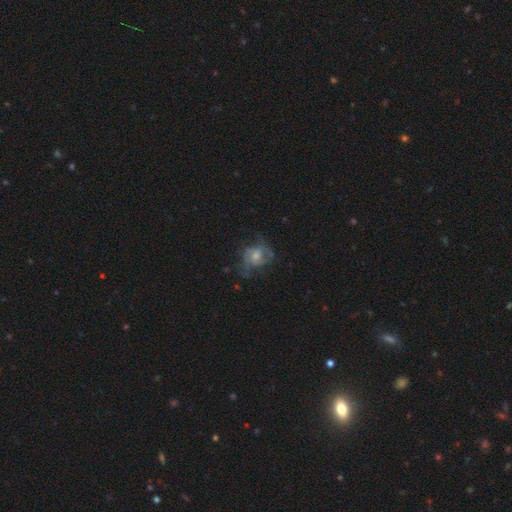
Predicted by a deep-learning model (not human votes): smooth_or_featured: featured or disk (p=0.61) [alt: smooth p=0.30]
disk_edge_on: no (p=0.97) [alt: yes p=0.03]
bar: no (p=0.71) [alt: weak p=0.25]
has_spiral_arms: yes (p=0.69) [alt: no p=0.31]
bulge_size: moderate (p=0.48) [alt: small p=0.36]
merging: none (p=0.47) [alt: major disturbance p=0.28]